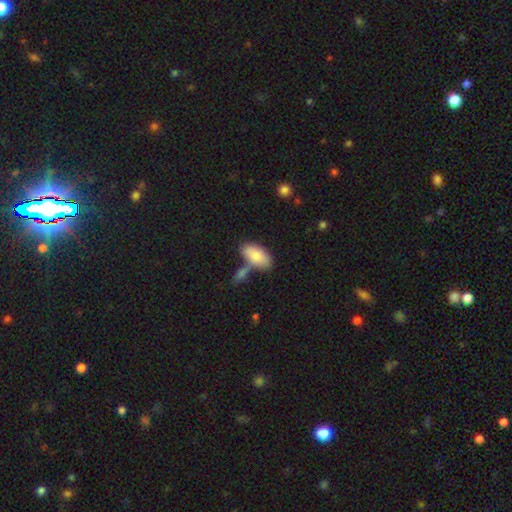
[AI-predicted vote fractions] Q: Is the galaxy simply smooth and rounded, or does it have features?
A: smooth — 81%.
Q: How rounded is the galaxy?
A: in between — 92%.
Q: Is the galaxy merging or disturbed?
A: none — 54%.